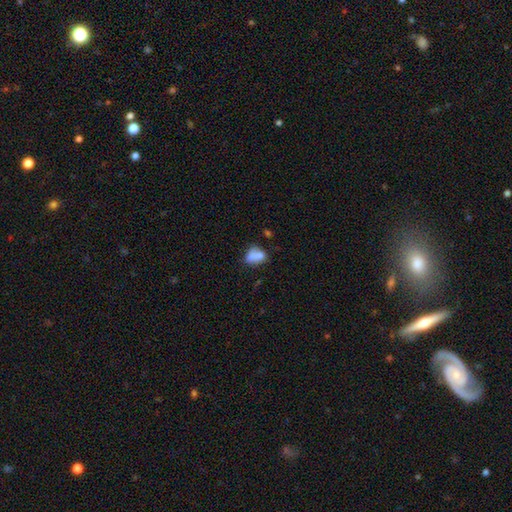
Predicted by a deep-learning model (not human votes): Smooth or featured?
  - smooth: 71% *
  - featured or disk: 19%
  - star or artifact: 10%
How rounded?
  - in between: 63% *
  - round: 35%
  - cigar-shaped: 2%
Merging?
  - merger: 32% * (tied)
  - none: 32% * (tied)
  - minor disturbance: 22%
  - major disturbance: 13%